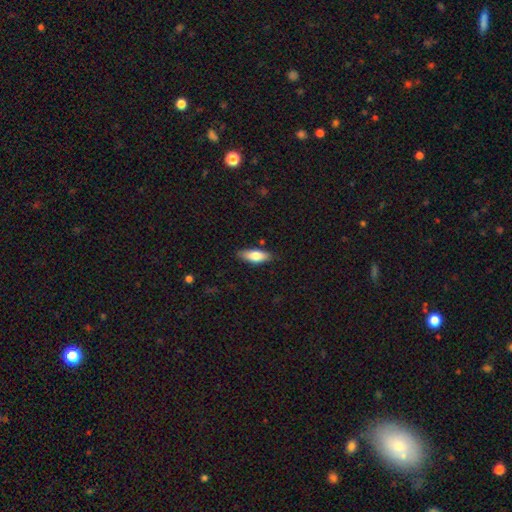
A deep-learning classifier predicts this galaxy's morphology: smooth_or_featured: smooth (p=0.79) [alt: featured or disk p=0.15]
how_rounded: in between (p=0.75) [alt: cigar-shaped p=0.22]
merging: none (p=0.84) [alt: minor disturbance p=0.13]